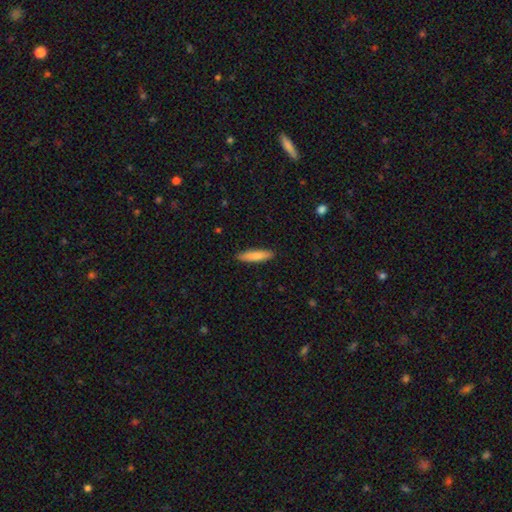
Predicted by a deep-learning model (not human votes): A smooth galaxy with no disk features (82%) that is cigar-shaped (82%).

Vote fractions:
- Smooth or featured? smooth: 82% / featured or disk: 12% / star or artifact: 6%
- How rounded? cigar-shaped: 82% / in between: 17% / round: 1%
- Merging? none: 90% / minor disturbance: 7% / major disturbance: 2% / merger: 1%